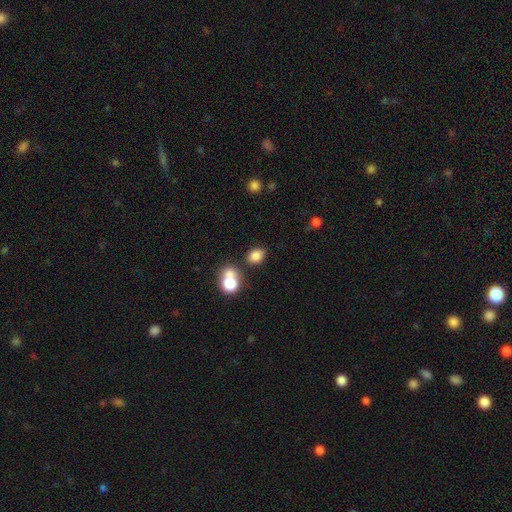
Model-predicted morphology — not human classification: smooth-or-featured: smooth: 83% | star or artifact: 12% | featured or disk: 6%
  how-rounded: in between: 58% | round: 41% | cigar-shaped: 1%
  merging: none: 70% | minor disturbance: 13% | merger: 13% | major disturbance: 4%